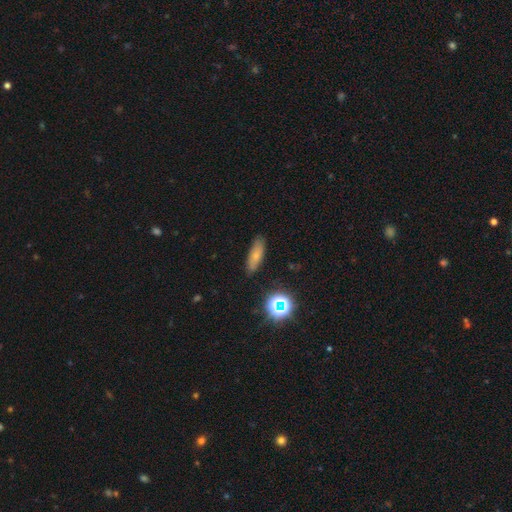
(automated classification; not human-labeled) smooth 73%, featured or disk 14%, star or artifact 13%. Down the decision tree: how rounded — in between (55%); merging — none (82%).